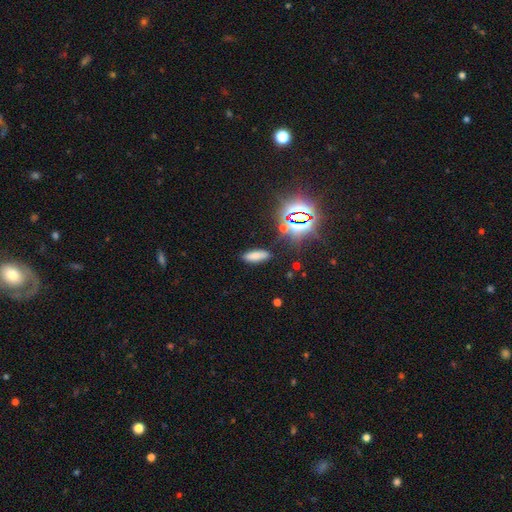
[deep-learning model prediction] A smooth galaxy with no disk features (72%) that is in between round and cigar-shaped (58%). Merging: none (86%).